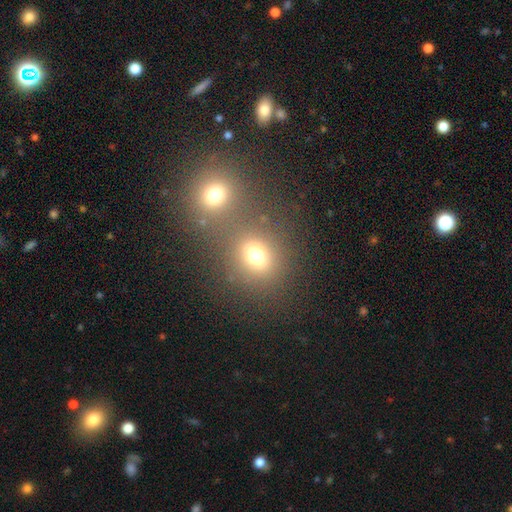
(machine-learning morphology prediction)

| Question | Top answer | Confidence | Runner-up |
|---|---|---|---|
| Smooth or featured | smooth | 72% | star or artifact (17%) |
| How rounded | round | 70% | in between (29%) |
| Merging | none | 54% | merger (33%) |